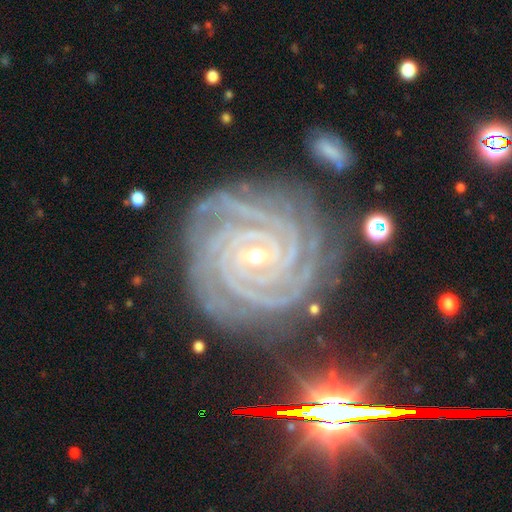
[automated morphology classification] This is clearly a featured or disk galaxy (93%). It is clearly not viewed edge-on (98%). Bar: possibly no (51%). Spiral arm pattern: clearly yes (99%). Spiral arm count: marginally 4 (28%). Spiral winding: clearly tight (90%). Central bulge: likely small (73%). Merging: likely none (78%).